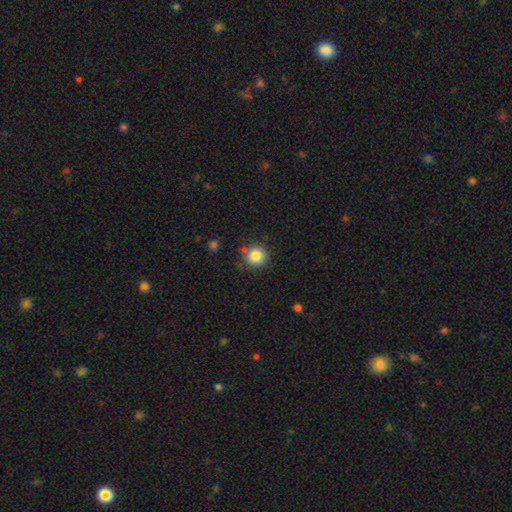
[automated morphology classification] Overall: smooth (84%). How rounded: round (93%). Merging: none (83%).